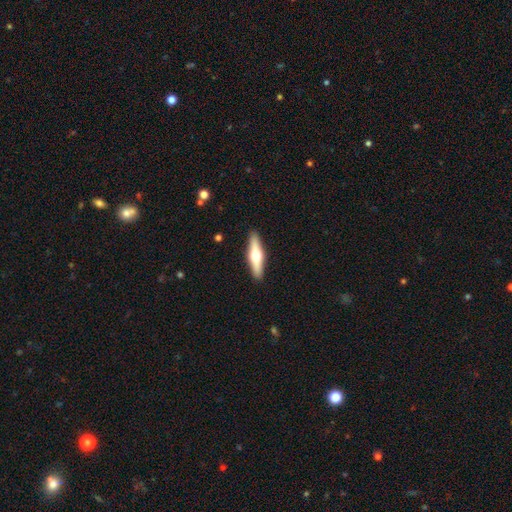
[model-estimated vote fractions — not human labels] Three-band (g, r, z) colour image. It shows a featured or disk galaxy (55%) viewed edge-on (94%) with a rounded central bulge (95%). Merging: none (91%).